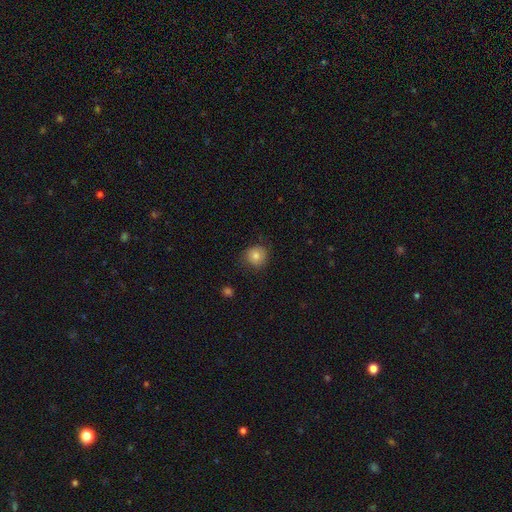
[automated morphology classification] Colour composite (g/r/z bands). It shows a smooth galaxy with no disk features (81%) that is round (87%). Merging: none (79%).